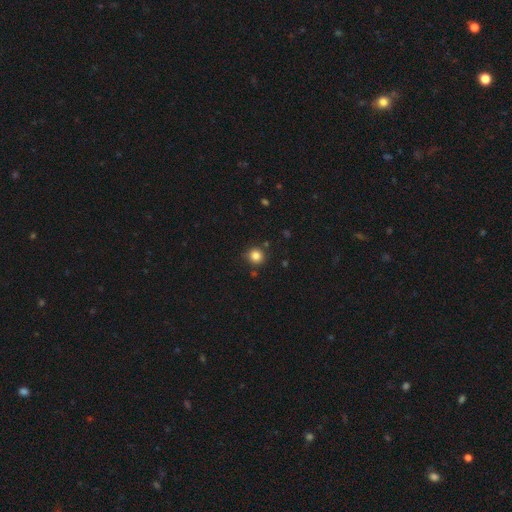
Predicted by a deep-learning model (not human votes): smooth 83%, star or artifact 12%, featured or disk 5%. Down the decision tree: how rounded — round (92%); merging — none (85%).